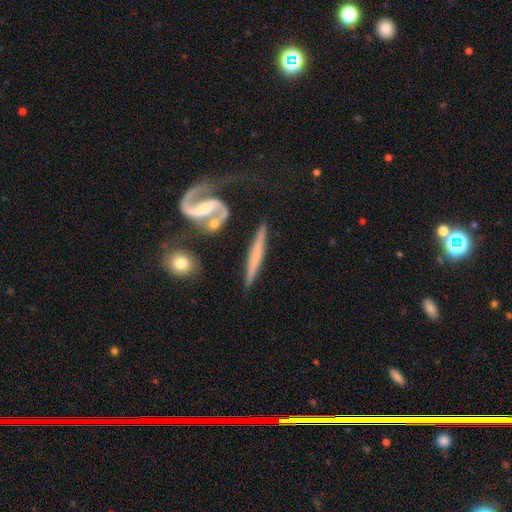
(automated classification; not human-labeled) featured or disk 66%, smooth 27%, star or artifact 6%. Down the decision tree: edge-on disk — yes (73%); merging — none (74%).